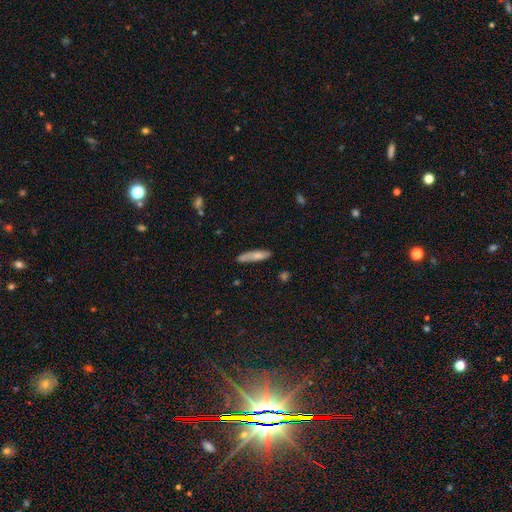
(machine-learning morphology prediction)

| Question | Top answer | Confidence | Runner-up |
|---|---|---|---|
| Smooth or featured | smooth | 71% | featured or disk (23%) |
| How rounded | cigar-shaped | 81% | in between (17%) |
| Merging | none | 73% | minor disturbance (20%) |